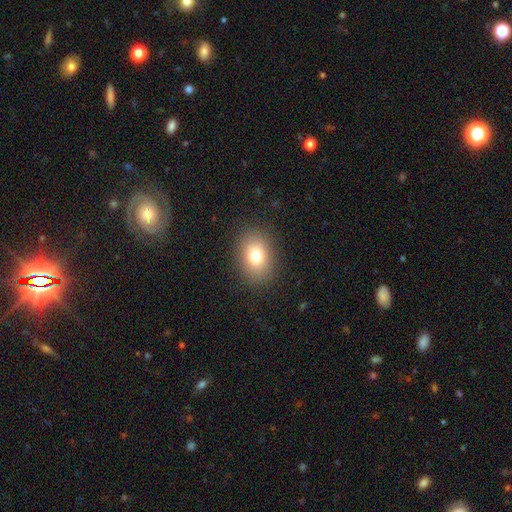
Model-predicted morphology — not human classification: Smooth or featured: smooth — 78% (featured or disk — 11%)
How rounded: in between — 68% (round — 31%)
Merging: none — 87% (minor disturbance — 9%)